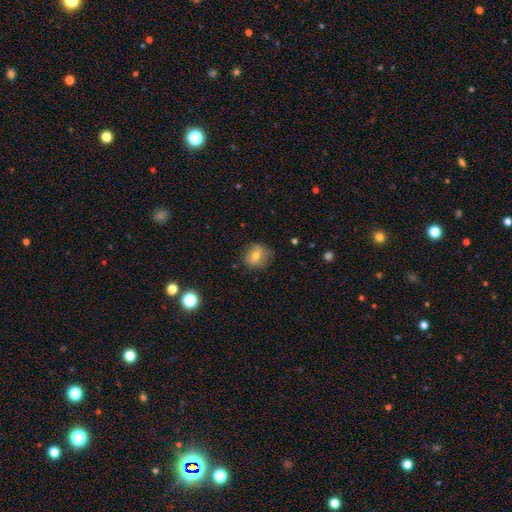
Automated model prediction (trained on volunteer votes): Morphology: type=smooth (69%); roundness=round (73%); merging=none (73%).